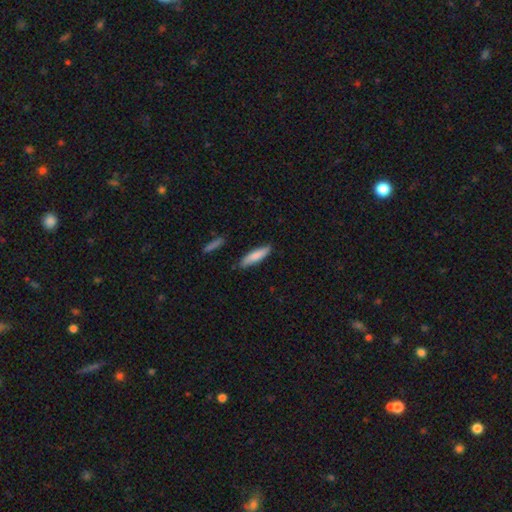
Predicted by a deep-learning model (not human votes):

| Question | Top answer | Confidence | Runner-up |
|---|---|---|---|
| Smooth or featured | smooth | 82% | featured or disk (12%) |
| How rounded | cigar-shaped | 74% | in between (24%) |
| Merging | none | 85% | minor disturbance (11%) |